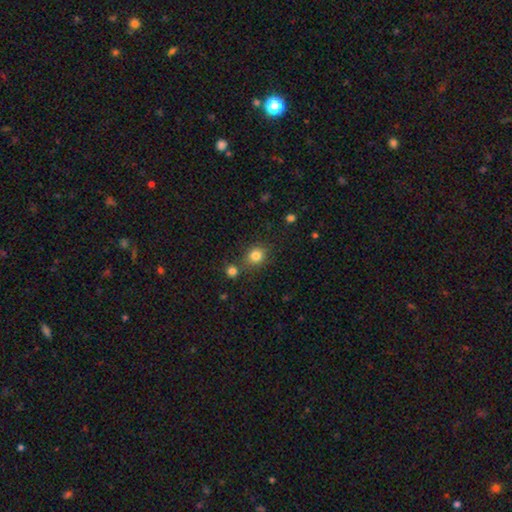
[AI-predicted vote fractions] A smooth galaxy with no disk features (82%) that is round (74%).

Vote fractions:
- Smooth or featured? smooth: 82% / star or artifact: 12% / featured or disk: 6%
- How rounded? round: 74% / in between: 25% / cigar-shaped: 1%
- Merging? none: 73% / merger: 13% / minor disturbance: 11% / major disturbance: 4%